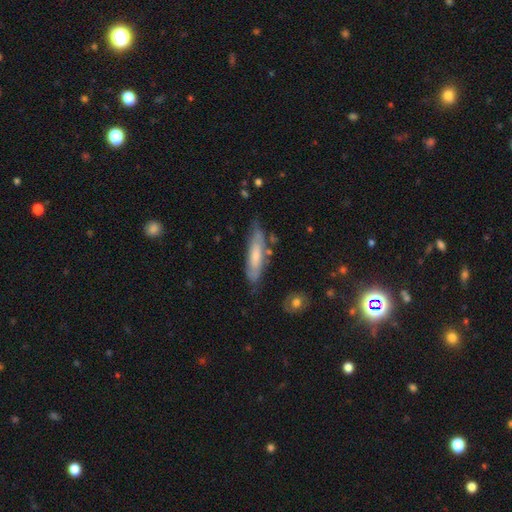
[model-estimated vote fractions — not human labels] Smooth or featured? smooth (52%)
How rounded? cigar-shaped (66%)
Merging? none (61%)